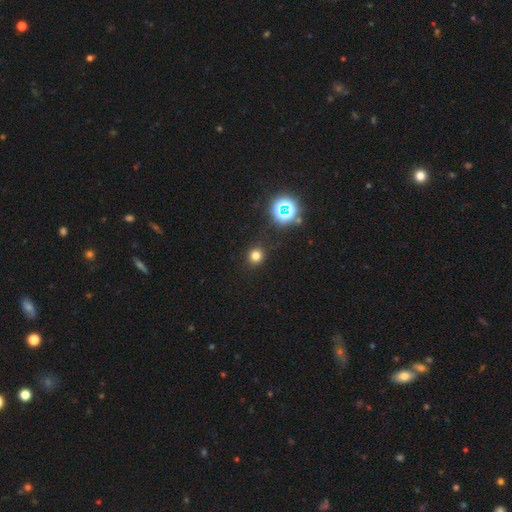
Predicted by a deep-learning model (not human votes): Smooth or featured? smooth (74%)
How rounded? round (91%)
Merging? none (89%)